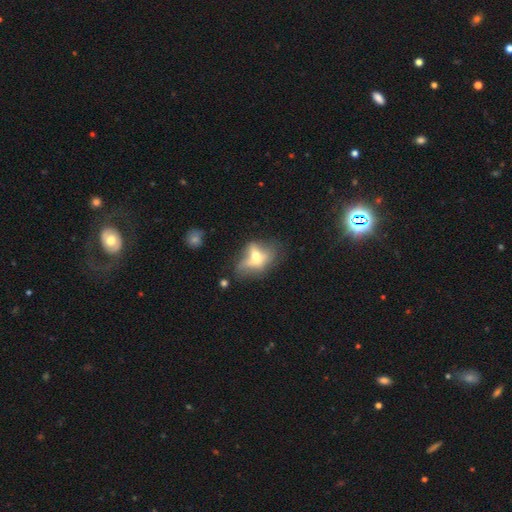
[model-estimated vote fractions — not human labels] Overall: smooth (45%; featured or disk 43%). Merging: none (29%; major disturbance 27%).